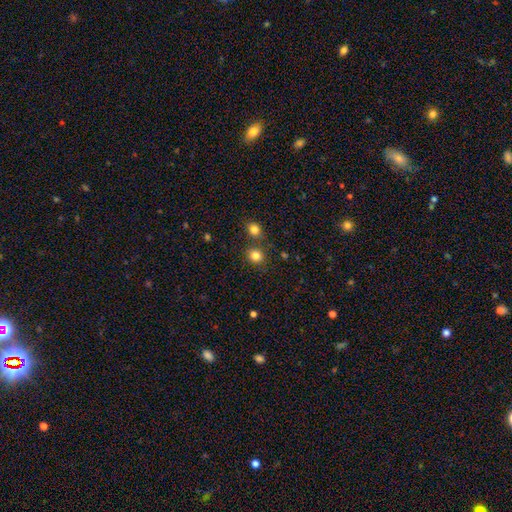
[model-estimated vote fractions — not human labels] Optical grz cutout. It shows a smooth galaxy with no disk features (83%) that is round (83%). Merging: none (75%).